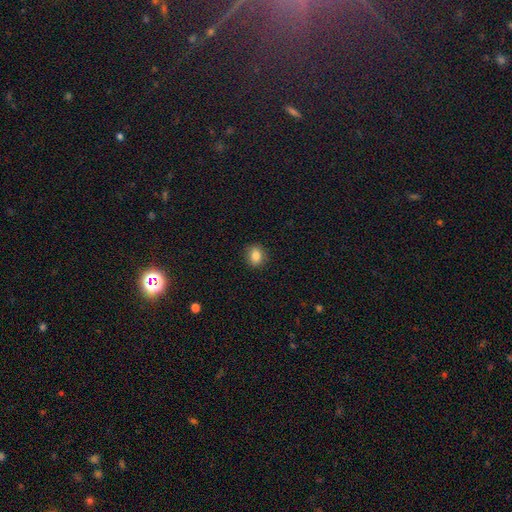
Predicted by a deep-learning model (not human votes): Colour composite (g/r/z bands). It shows a smooth galaxy with no disk features (84%) that is round (67%). Merging: none (89%).